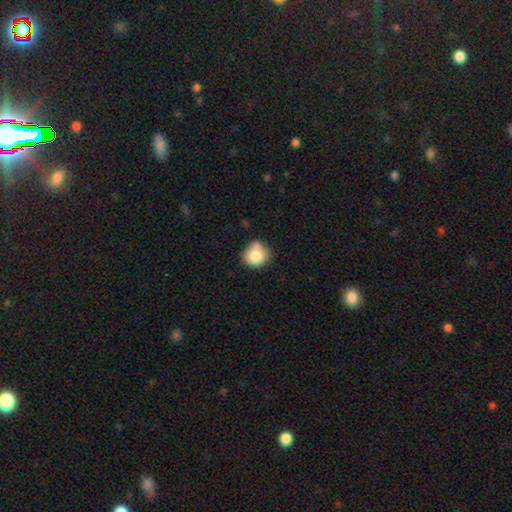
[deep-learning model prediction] A smooth galaxy with no disk features (80%) that is round (80%). Merging: none (59%).